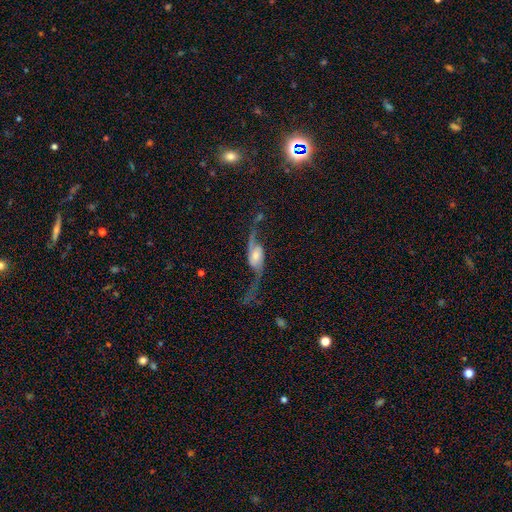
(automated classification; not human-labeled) This is clearly a featured or disk galaxy (85%). It is clearly not viewed edge-on (90%). Bar: possibly no (46%). Spiral arm pattern: clearly yes (95%). Spiral arm count: clearly 2 (93%). Spiral winding: clearly loose (91%). Central bulge: marginally moderate (35%). Merging: possibly none (56%).